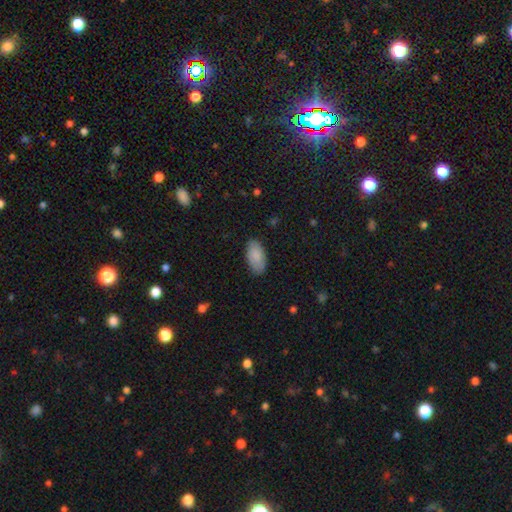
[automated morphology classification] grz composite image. It shows a smooth galaxy with no disk features (86%) that is in between round and cigar-shaped (95%). Merging: none (83%).